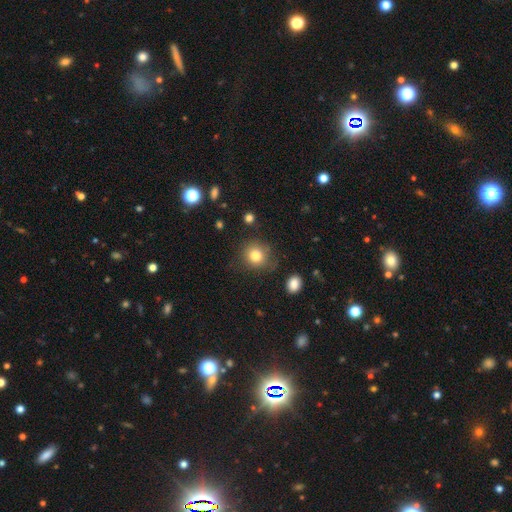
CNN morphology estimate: smooth-or-featured: smooth: 81% | star or artifact: 11% | featured or disk: 8%
  how-rounded: round: 85% | in between: 14% | cigar-shaped: 1%
  merging: none: 78% | minor disturbance: 15% | major disturbance: 5% | merger: 2%